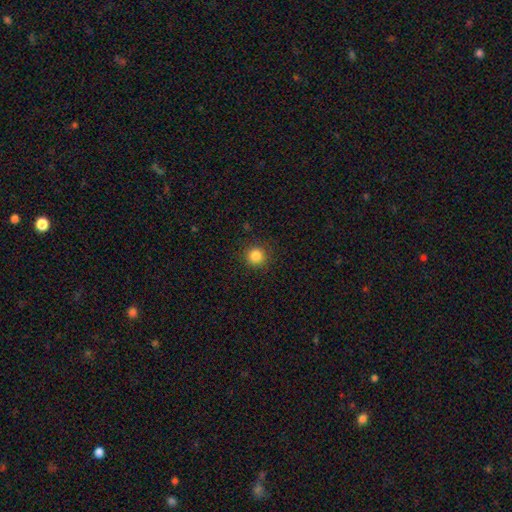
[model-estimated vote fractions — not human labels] Overall: smooth (85%). How rounded: round (95%). Merging: none (90%).